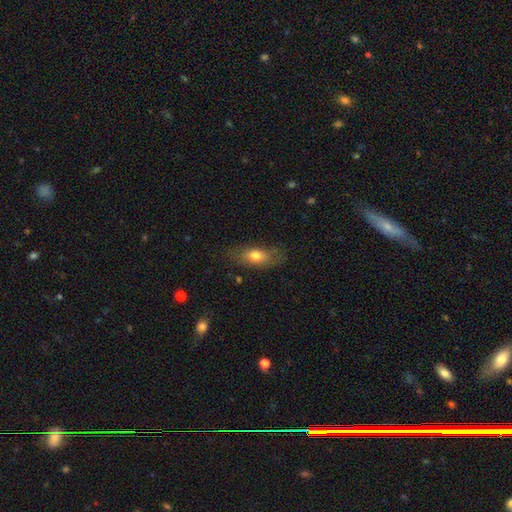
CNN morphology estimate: type=smooth (71%); roundness=in between (79%); merging=none (70%).